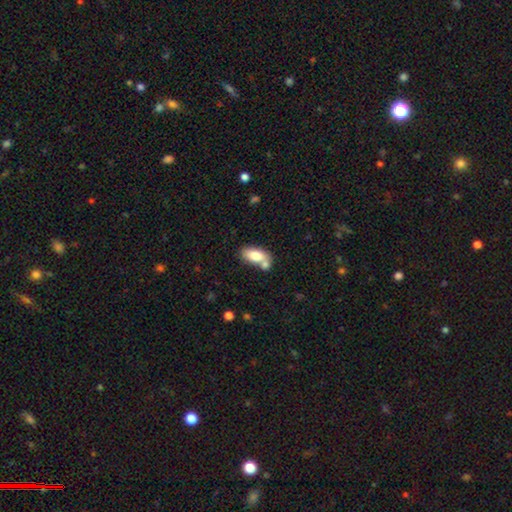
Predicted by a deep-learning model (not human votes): Smooth or featured? Predicted: smooth (p=0.76). How rounded? Predicted: in between (p=0.90). Merging? Predicted: none (p=0.48).